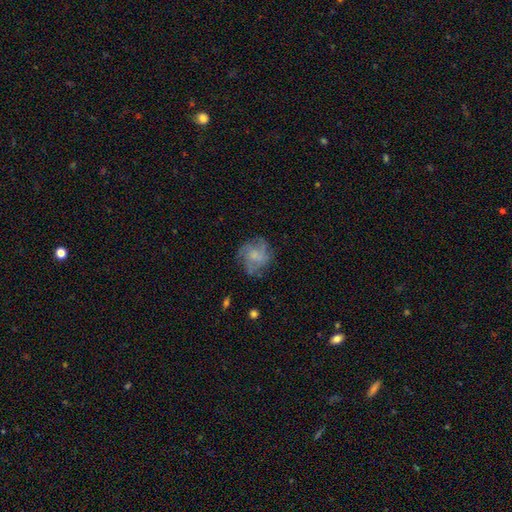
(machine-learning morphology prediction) Overall: featured or disk (51%; smooth 39%). Edge-on disk: no (98%). Merging: none (64%).